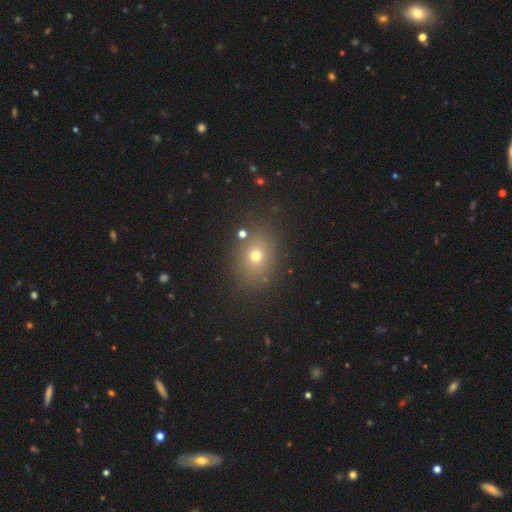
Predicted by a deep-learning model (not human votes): smooth 69%, star or artifact 19%, featured or disk 13%. Down the decision tree: how rounded — in between (52%); merging — none (84%).